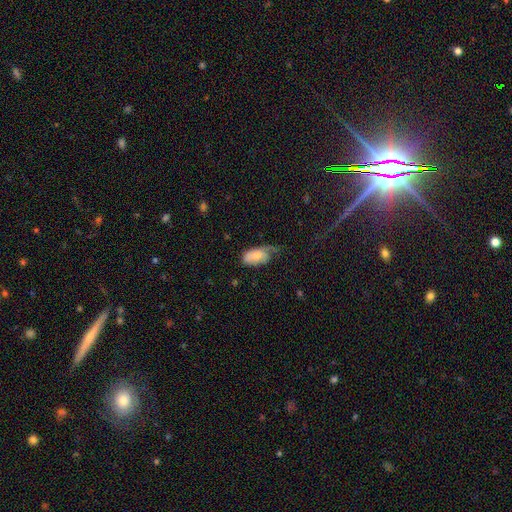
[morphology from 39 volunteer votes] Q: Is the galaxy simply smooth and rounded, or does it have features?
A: smooth — 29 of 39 (74%).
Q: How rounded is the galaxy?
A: in between — 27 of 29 (93%).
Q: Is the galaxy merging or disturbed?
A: minor disturbance — 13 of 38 (34%, tied with major disturbance).